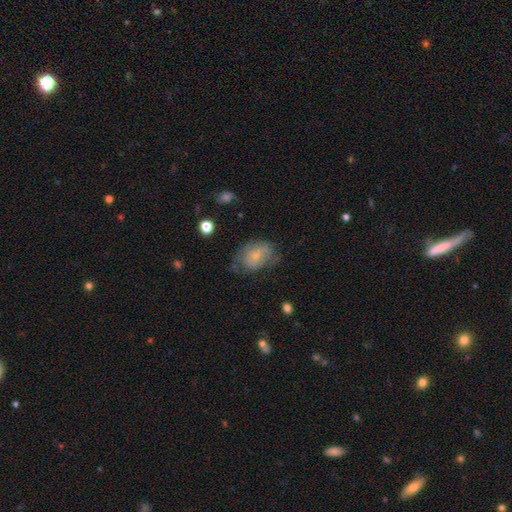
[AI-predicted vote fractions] smooth_or_featured: smooth (p=0.56) [alt: featured or disk p=0.36]
how_rounded: in between (p=0.78) [alt: round p=0.21]
merging: none (p=0.52) [alt: minor disturbance p=0.30]